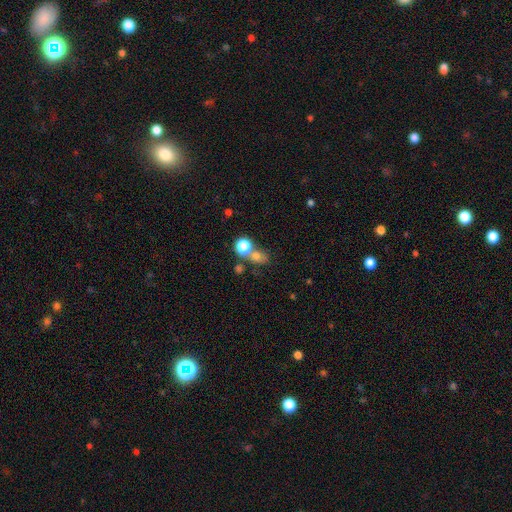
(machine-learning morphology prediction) Smooth or featured? smooth (66%)
How rounded? round (66%)
Merging? none (50%)